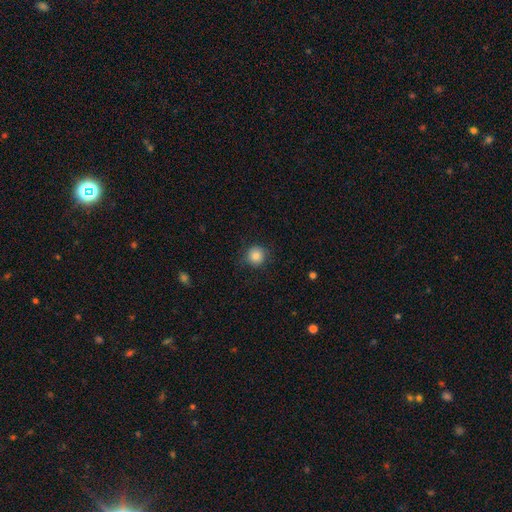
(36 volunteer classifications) Morphology: type=smooth (86%); roundness=round (94%); merging=none (71%).